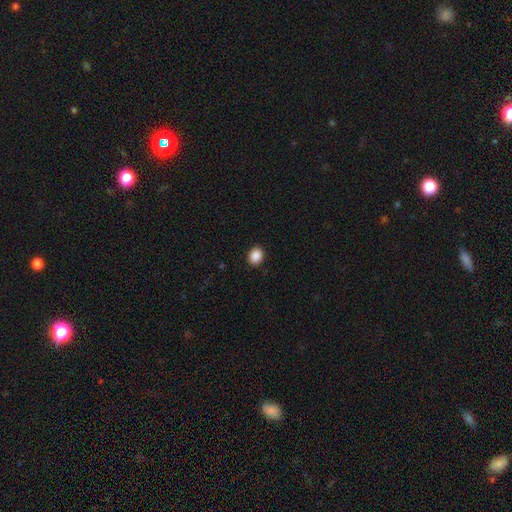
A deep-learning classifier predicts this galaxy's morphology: smooth 89%, star or artifact 9%, featured or disk 3%. Down the decision tree: how rounded — round (54%); merging — none (91%).